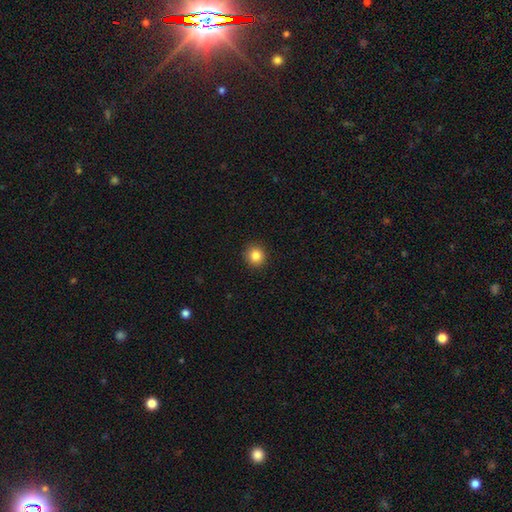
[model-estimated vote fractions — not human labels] This is clearly a smooth galaxy (84%). How rounded: clearly round (91%). Merging: clearly none (92%).